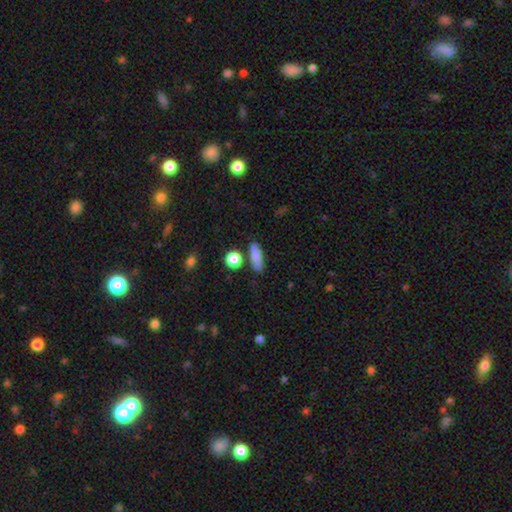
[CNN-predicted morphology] This appears to be a smooth galaxy with no disk features (83%) that is cigar-shaped (49%). Merging: none (78%).